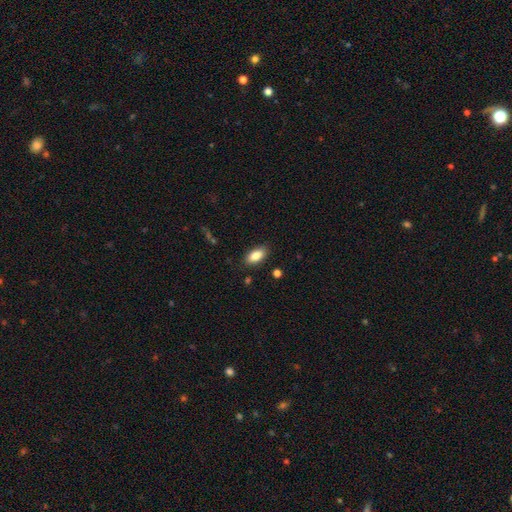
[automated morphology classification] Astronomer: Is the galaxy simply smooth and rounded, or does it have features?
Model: smooth — 85%.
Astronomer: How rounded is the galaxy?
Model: in between — 91%.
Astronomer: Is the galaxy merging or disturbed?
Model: none — 84%.